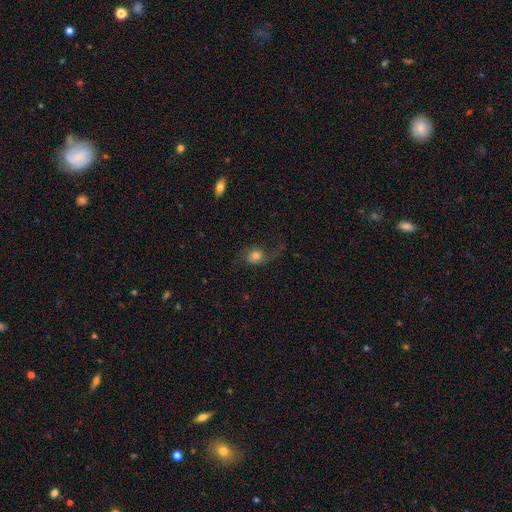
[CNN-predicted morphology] This is possibly a featured or disk galaxy (53%). It is clearly not viewed edge-on (95%). Bar: likely no (74%). Spiral arm pattern: clearly yes (89%). Central bulge: possibly moderate (51%). Merging: possibly none (57%).